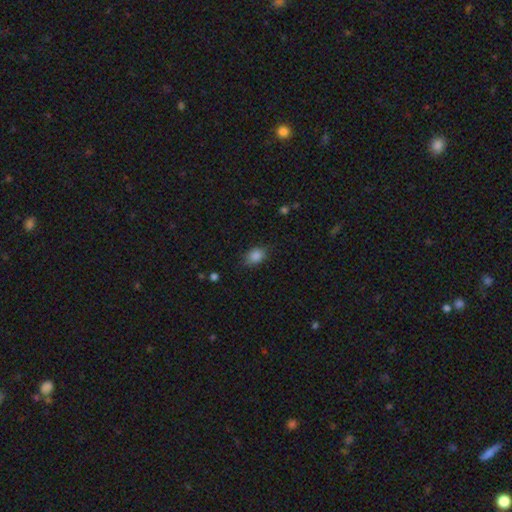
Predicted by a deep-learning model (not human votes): A smooth galaxy with no disk features (86%) that is in between round and cigar-shaped (72%).

Vote fractions:
- Smooth or featured? smooth: 86% / star or artifact: 10% / featured or disk: 5%
- How rounded? in between: 72% / round: 27% / cigar-shaped: 2%
- Merging? none: 78% / minor disturbance: 17% / major disturbance: 4% / merger: 1%